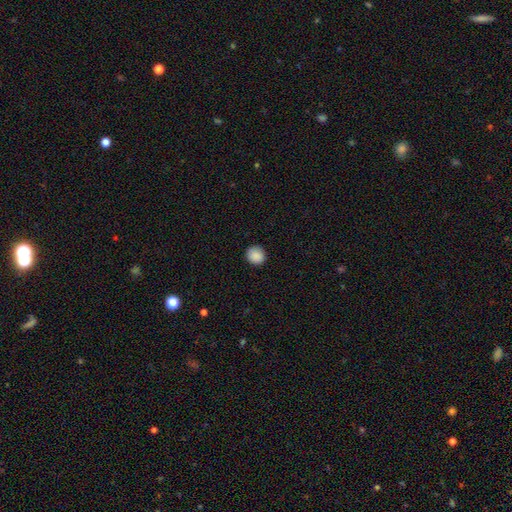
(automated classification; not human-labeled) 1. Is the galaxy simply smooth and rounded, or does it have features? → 89% smooth, 8% star or artifact, 3% featured or disk.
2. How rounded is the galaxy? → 86% round, 13% in between, 1% cigar-shaped.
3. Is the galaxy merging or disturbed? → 90% none, 7% minor disturbance, 2% major disturbance, 1% merger.